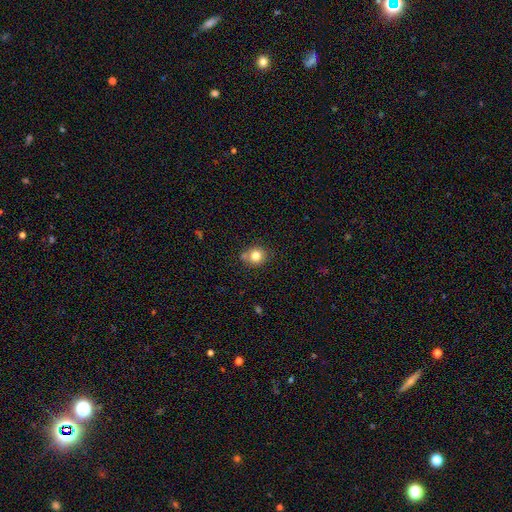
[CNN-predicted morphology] Smooth or featured? Predicted: smooth (p=0.80). How rounded? Predicted: round (p=0.84). Merging? Predicted: none (p=0.66).